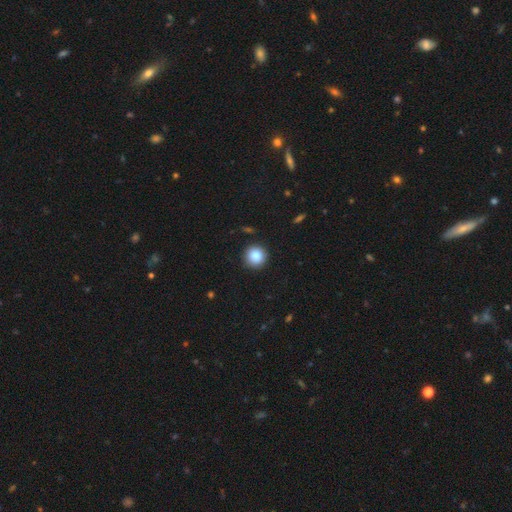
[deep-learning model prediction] A smooth galaxy with no disk features (86%) that is round (94%).

Vote fractions:
- Smooth or featured? smooth: 86% / star or artifact: 9% / featured or disk: 5%
- How rounded? round: 94% / in between: 5% / cigar-shaped: 1%
- Merging? none: 91% / minor disturbance: 6% / major disturbance: 2% / merger: 1%